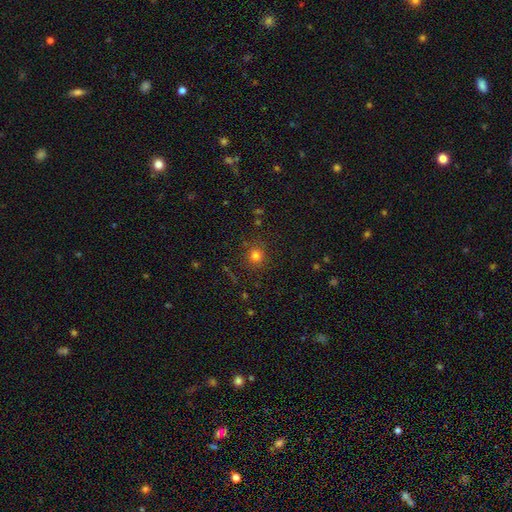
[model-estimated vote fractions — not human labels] A smooth galaxy with no disk features (77%) that is round (90%).

Vote fractions:
- Smooth or featured? smooth: 77% / star or artifact: 16% / featured or disk: 6%
- How rounded? round: 90% / in between: 9% / cigar-shaped: 1%
- Merging? none: 85% / minor disturbance: 9% / major disturbance: 3% / merger: 2%